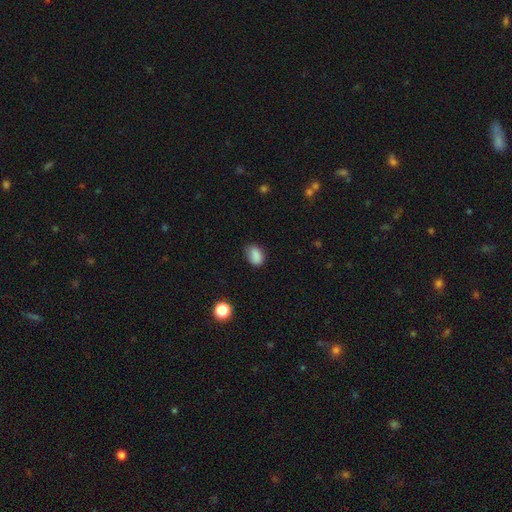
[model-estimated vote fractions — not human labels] Smooth or featured? smooth (86%)
How rounded? in between (80%)
Merging? none (71%)